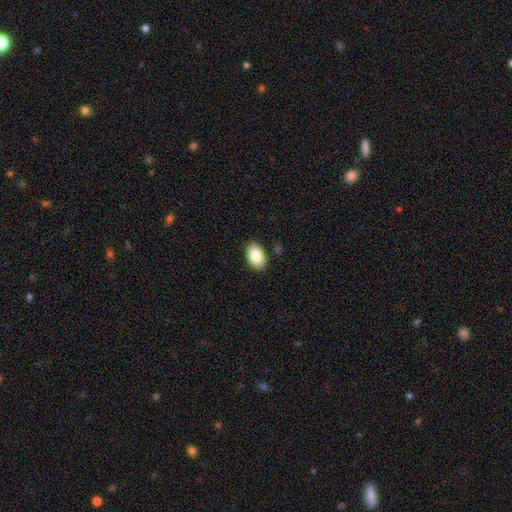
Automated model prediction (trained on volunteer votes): smooth_or_featured: smooth (p=0.83) [alt: featured or disk p=0.10]
how_rounded: in between (p=0.90) [alt: round p=0.09]
merging: none (p=0.88) [alt: minor disturbance p=0.09]